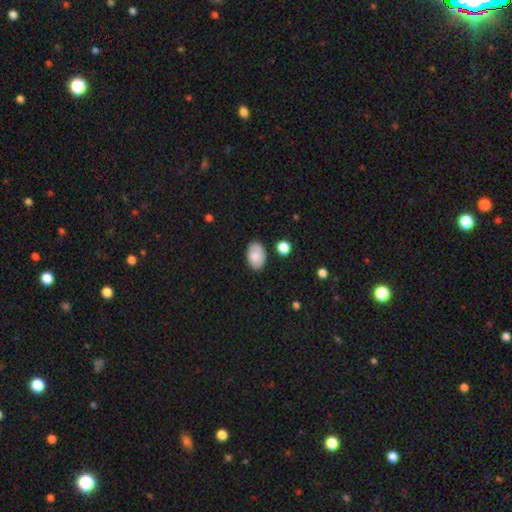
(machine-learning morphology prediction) A smooth galaxy with no disk features (85%) that is in between round and cigar-shaped (92%). Merging: none (83%).